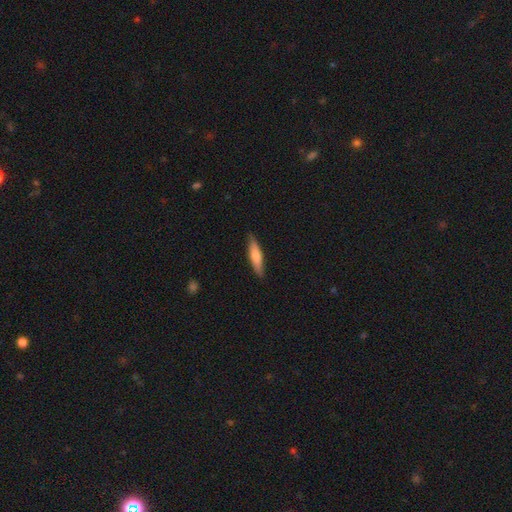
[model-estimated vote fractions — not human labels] Q: Smooth or featured?
A: smooth (65%); runner-up: featured or disk (29%)
Q: How rounded?
A: cigar-shaped (80%); runner-up: in between (19%)
Q: Merging?
A: none (88%); runner-up: minor disturbance (9%)